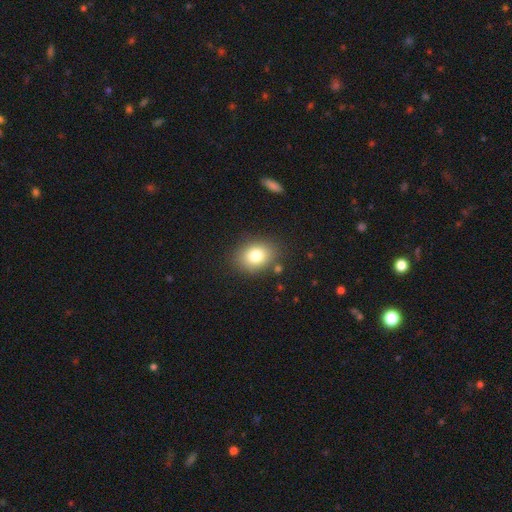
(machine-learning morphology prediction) The model was most divided on "how rounded": in between: 57%, round: 42%, cigar-shaped: 1%. More confident: merging — none (83%); smooth or featured — smooth (79%).